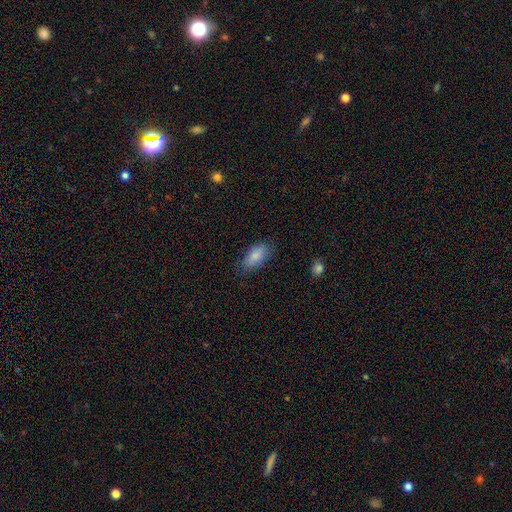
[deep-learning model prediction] Morphology: type=smooth (84%); roundness=in between (92%); merging=none (77%).